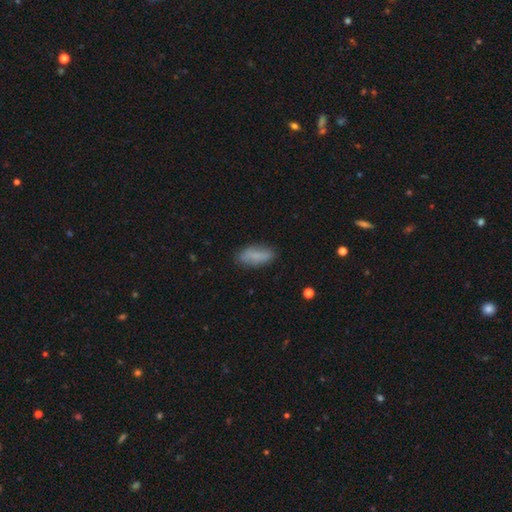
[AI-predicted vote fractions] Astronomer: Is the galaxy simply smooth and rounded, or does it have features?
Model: smooth — 80%.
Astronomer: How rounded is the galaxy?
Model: in between — 79%.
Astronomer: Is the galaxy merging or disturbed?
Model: none — 79%.